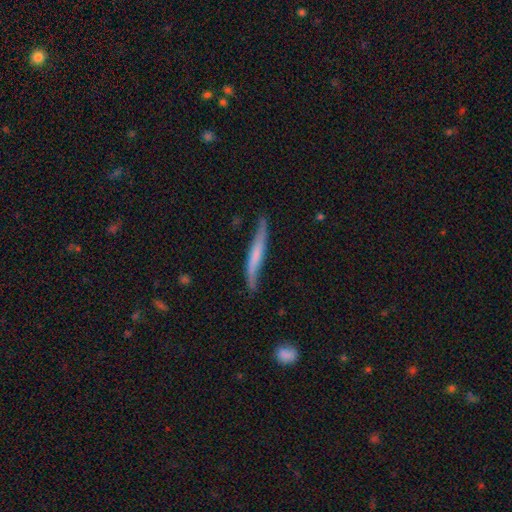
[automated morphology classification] Smooth or featured?
  - featured or disk: 51% *
  - smooth: 43%
  - star or artifact: 6%
Edge-on disk?
  - yes: 76% *
  - no: 24%
Merging?
  - none: 65% *
  - minor disturbance: 27%
  - major disturbance: 6%
  - merger: 3%